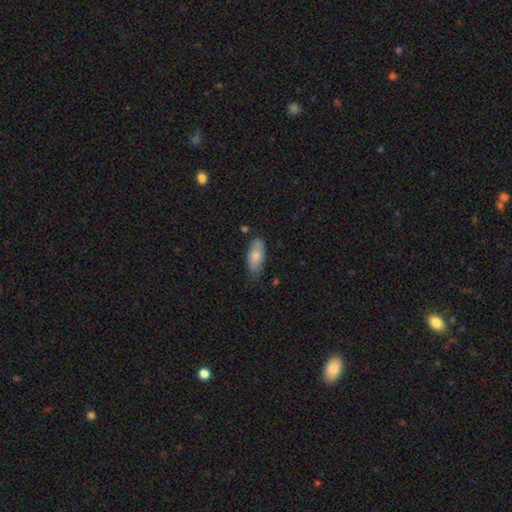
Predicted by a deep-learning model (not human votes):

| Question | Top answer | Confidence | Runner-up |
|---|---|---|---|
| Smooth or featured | smooth | 78% | featured or disk (16%) |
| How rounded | in between | 86% | cigar-shaped (12%) |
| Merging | none | 71% | minor disturbance (23%) |